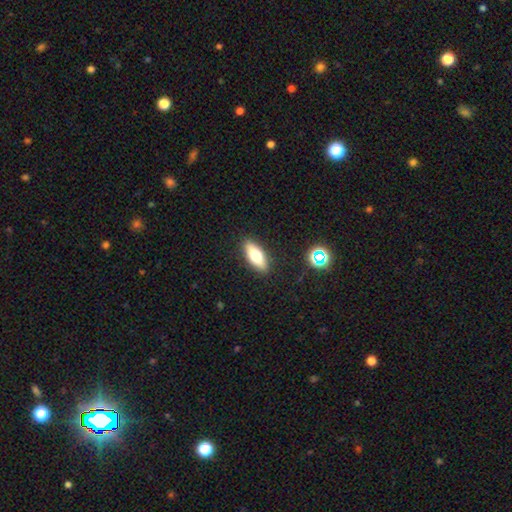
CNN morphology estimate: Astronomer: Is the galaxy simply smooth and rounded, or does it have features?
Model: smooth — 67%.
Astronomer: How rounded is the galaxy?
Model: in between — 72%.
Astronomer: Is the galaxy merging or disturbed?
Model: none — 89%.